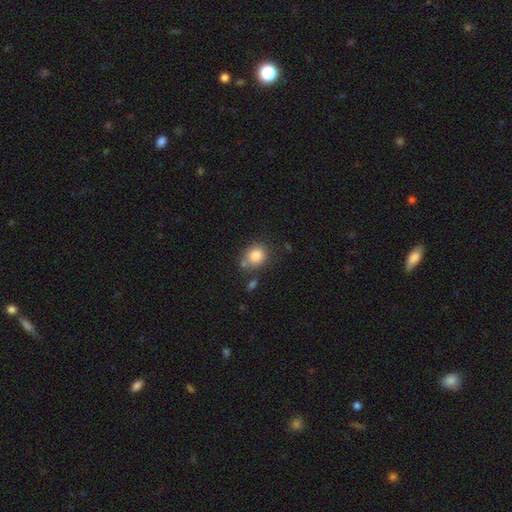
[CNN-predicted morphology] type=smooth (83%); roundness=round (75%); merging=none (65%).